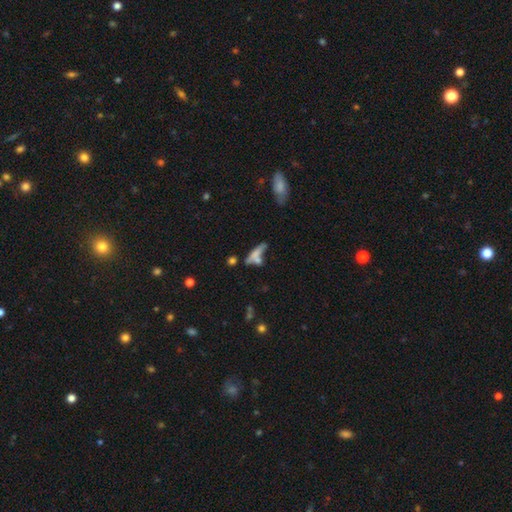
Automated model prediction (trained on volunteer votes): This is possibly a smooth galaxy (58%). How rounded: likely cigar-shaped (66%). Merging: marginally none (39%).